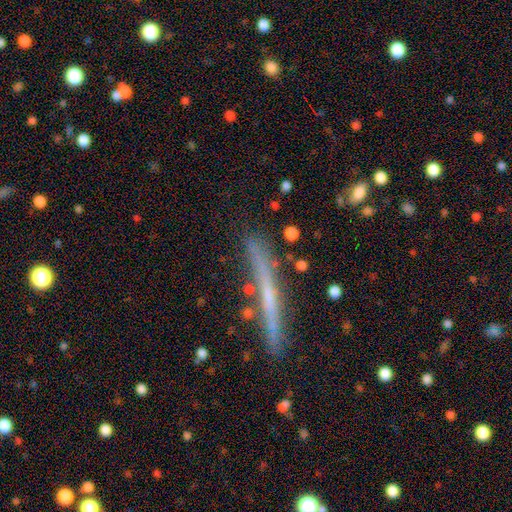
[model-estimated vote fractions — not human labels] The model was most divided on "smooth or featured": featured or disk: 50%, smooth: 42%, star or artifact: 7%. More confident: edge-on disk — yes (94%); merging — none (81%).